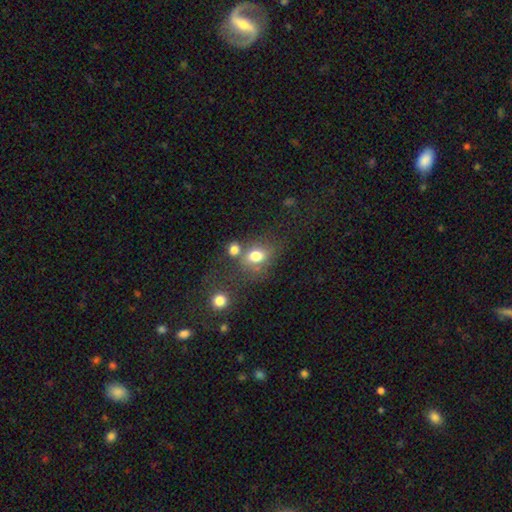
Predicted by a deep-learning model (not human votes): Q: Smooth or featured?
A: smooth (75%); runner-up: star or artifact (13%)
Q: How rounded?
A: in between (54%); runner-up: round (44%)
Q: Merging?
A: none (51%); runner-up: merger (23%)